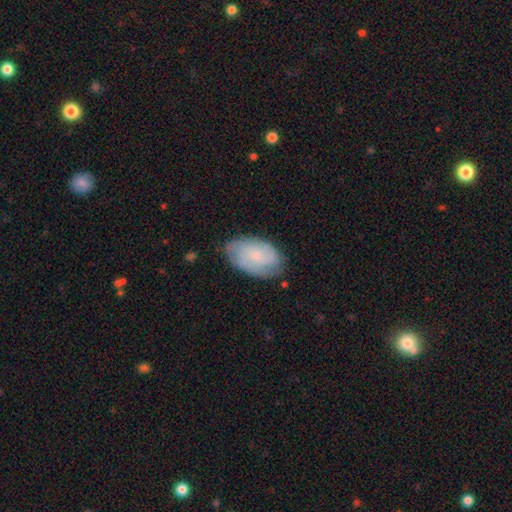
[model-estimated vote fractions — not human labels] smooth-or-featured: smooth: 48% | featured or disk: 45% | star or artifact: 7%
  merging: none: 75% | minor disturbance: 20% | major disturbance: 4% | merger: 1%